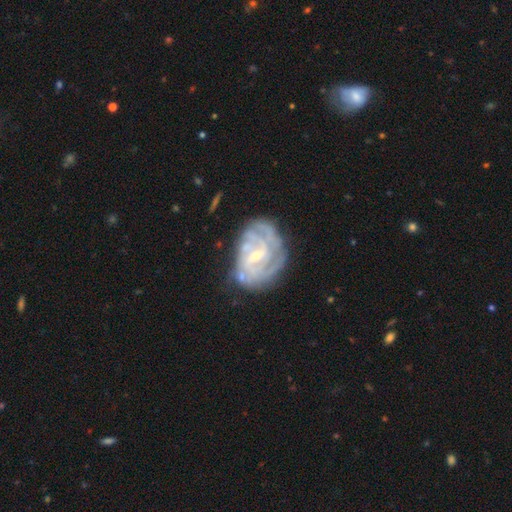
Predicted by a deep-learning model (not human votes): Smooth or featured: featured or disk — 84% (smooth — 10%)
Edge-on disk: no — 98% (yes — 2%)
Bar: weak — 52% (no — 34%)
Spiral arms: yes — 90% (no — 10%)
Spiral winding: tight — 61% (medium — 30%)
Spiral arm count: can't tell — 37% (2 — 21%)
Bulge size: small — 63% (moderate — 30%)
Merging: none — 61% (minor disturbance — 23%)